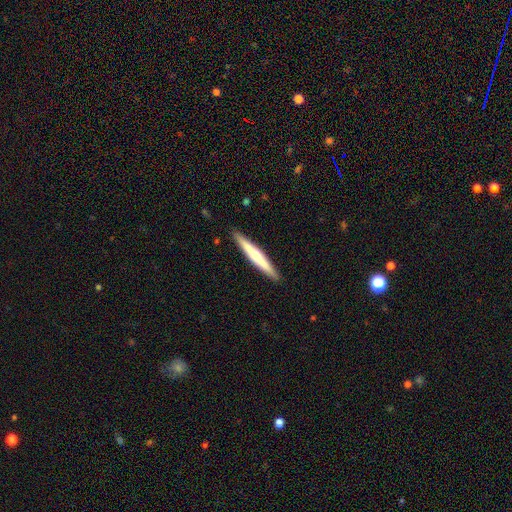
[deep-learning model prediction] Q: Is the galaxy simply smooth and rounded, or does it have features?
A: featured or disk — 50%.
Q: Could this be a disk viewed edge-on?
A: yes — 97%.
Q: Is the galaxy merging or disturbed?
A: none — 91%.